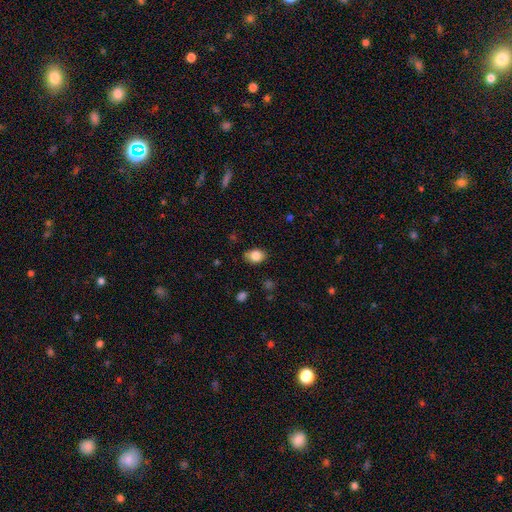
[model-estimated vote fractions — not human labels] Smooth or featured: smooth — 84% (star or artifact — 9%)
How rounded: in between — 73% (round — 26%)
Merging: none — 78% (minor disturbance — 17%)